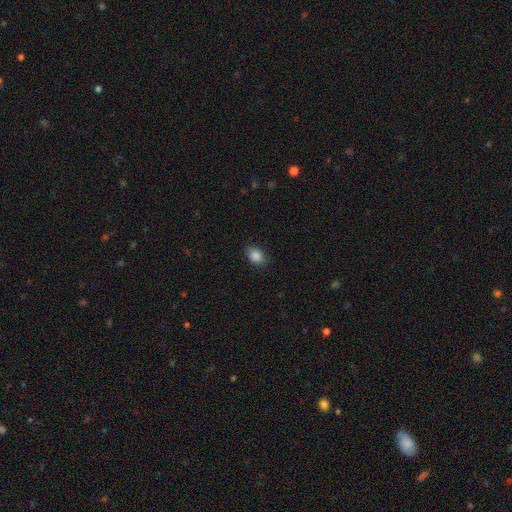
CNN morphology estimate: The model was most divided on "how rounded": in between: 76%, round: 23%, cigar-shaped: 1%. More confident: smooth or featured — smooth (87%); merging — none (85%).